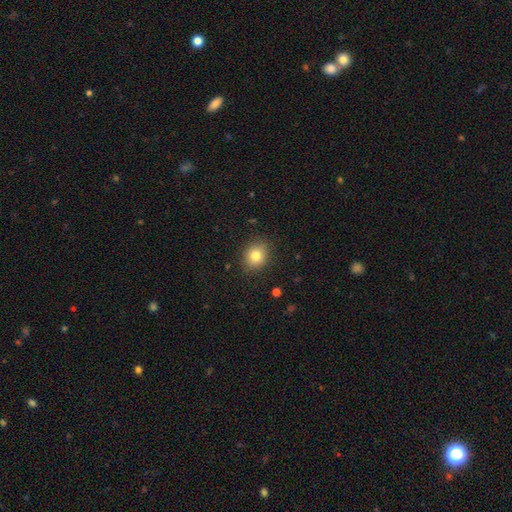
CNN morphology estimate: type=smooth (80%); roundness=round (62%); merging=none (87%).